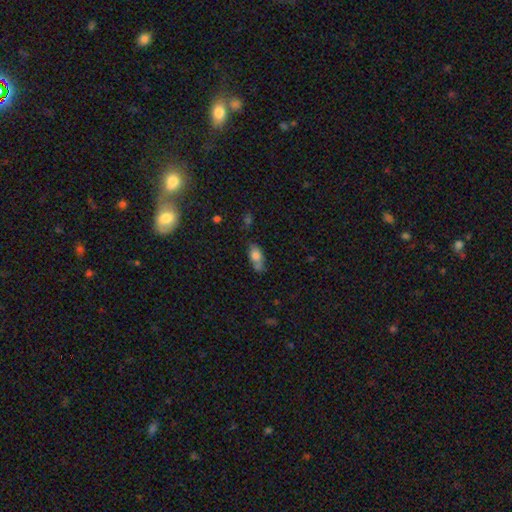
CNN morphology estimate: type=smooth (75%); roundness=in between (83%); merging=none (51%).